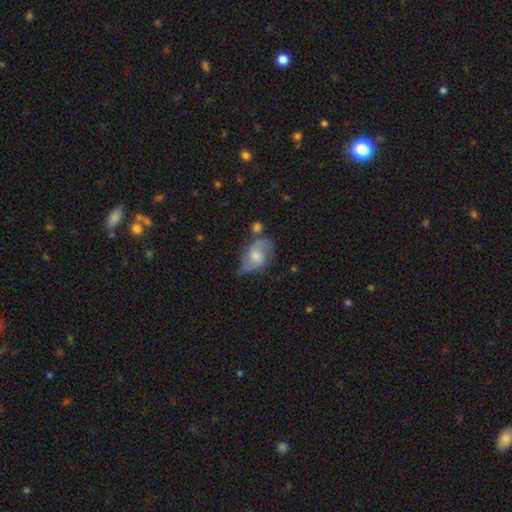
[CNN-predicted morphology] Q: Smooth or featured?
A: featured or disk (66%); runner-up: smooth (26%)
Q: Edge-on disk?
A: no (95%); runner-up: yes (5%)
Q: Bar?
A: no (54%); runner-up: weak (39%)
Q: Spiral arms?
A: yes (89%); runner-up: no (11%)
Q: Spiral winding?
A: loose (45%); runner-up: medium (41%)
Q: Spiral arm count?
A: 2 (83%); runner-up: can't tell (8%)
Q: Bulge size?
A: moderate (48%); runner-up: small (31%)
Q: Merging?
A: none (52%); runner-up: minor disturbance (27%)